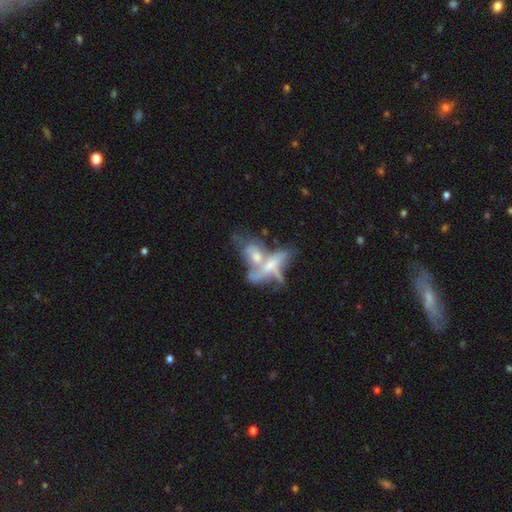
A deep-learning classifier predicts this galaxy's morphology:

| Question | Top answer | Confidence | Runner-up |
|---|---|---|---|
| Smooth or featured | featured or disk | 52% | smooth (38%) |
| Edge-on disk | no | 81% | yes (19%) |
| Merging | merger | 68% | none (14%) |